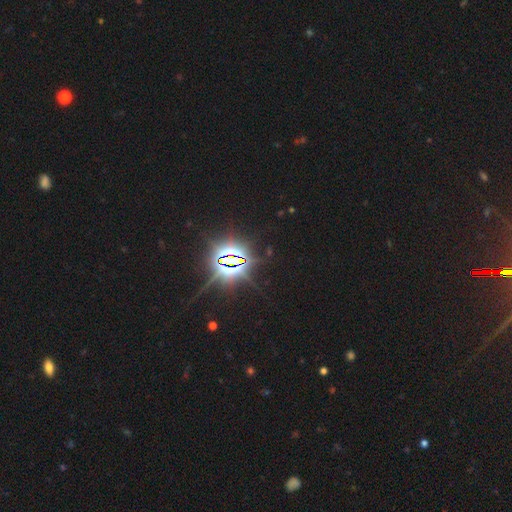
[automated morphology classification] type=star or artifact (86%).